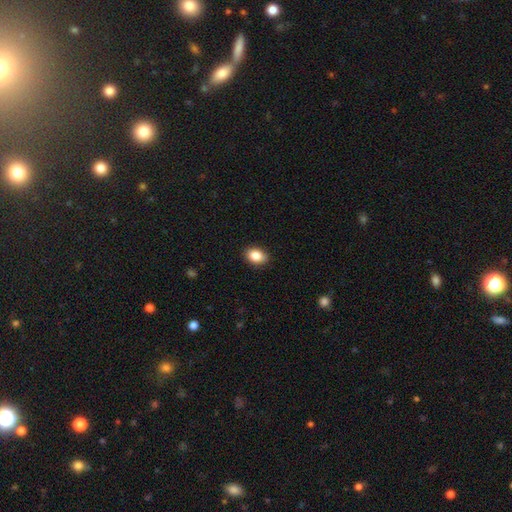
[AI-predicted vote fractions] A smooth galaxy with no disk features (86%) that is in between round and cigar-shaped (77%).

Vote fractions:
- Smooth or featured? smooth: 86% / star or artifact: 8% / featured or disk: 6%
- How rounded? in between: 77% / round: 22% / cigar-shaped: 1%
- Merging? none: 88% / minor disturbance: 9% / major disturbance: 2% / merger: 1%